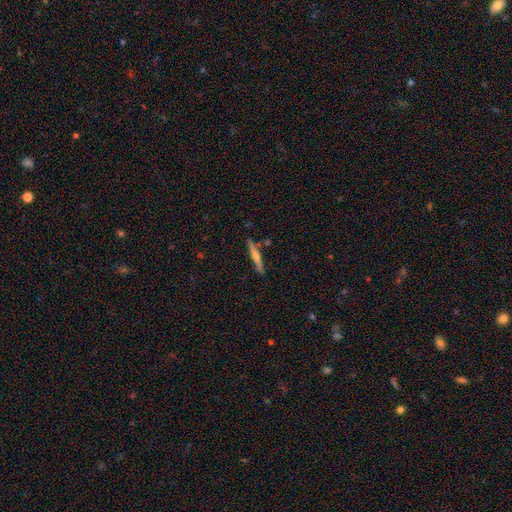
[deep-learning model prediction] Morphology: type=featured or disk (66%); edge-on=yes (97%); edge-on bulge=rounded (90%); merging=none (86%).